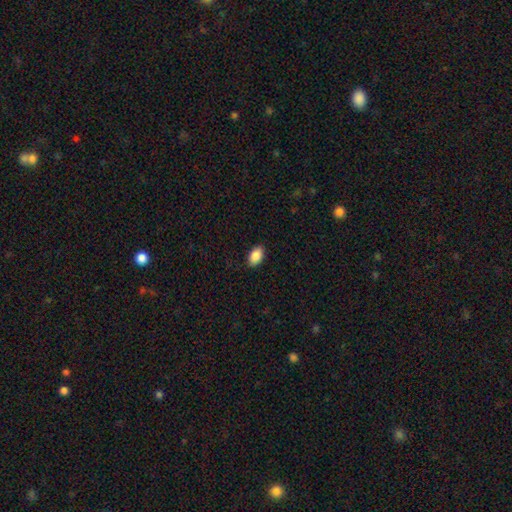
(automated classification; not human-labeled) Smooth or featured?
  - smooth: 89% *
  - star or artifact: 7%
  - featured or disk: 4%
How rounded?
  - in between: 91% *
  - round: 7%
  - cigar-shaped: 1%
Merging?
  - none: 88% *
  - minor disturbance: 9%
  - major disturbance: 2%
  - merger: 1%